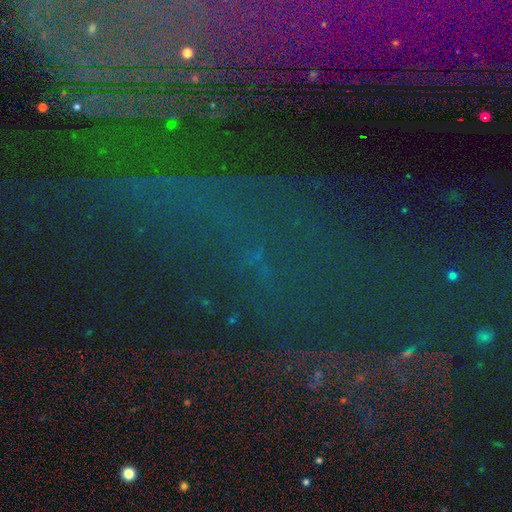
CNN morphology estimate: Smooth or featured: star or artifact — 81% (featured or disk — 10%)